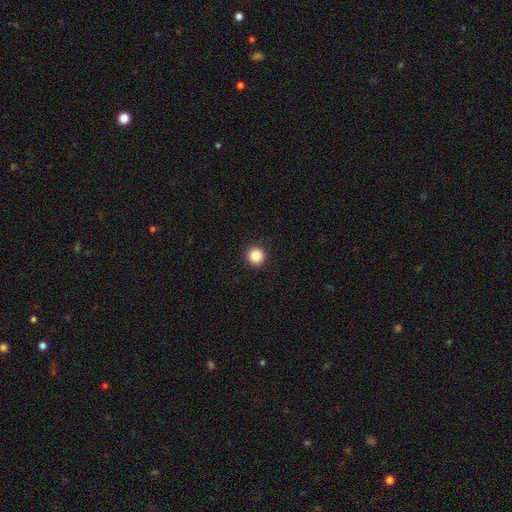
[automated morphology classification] Smooth or featured? Predicted: smooth (p=0.87). How rounded? Predicted: round (p=0.96). Merging? Predicted: none (p=0.93).